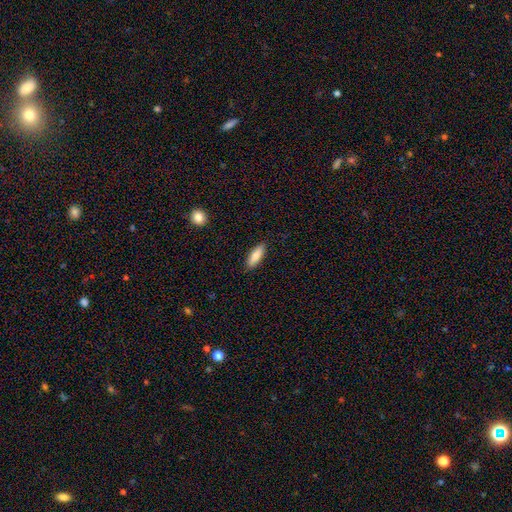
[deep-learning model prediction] Q: Smooth or featured?
A: smooth (79%); runner-up: featured or disk (14%)
Q: How rounded?
A: in between (60%); runner-up: cigar-shaped (38%)
Q: Merging?
A: none (88%); runner-up: minor disturbance (9%)